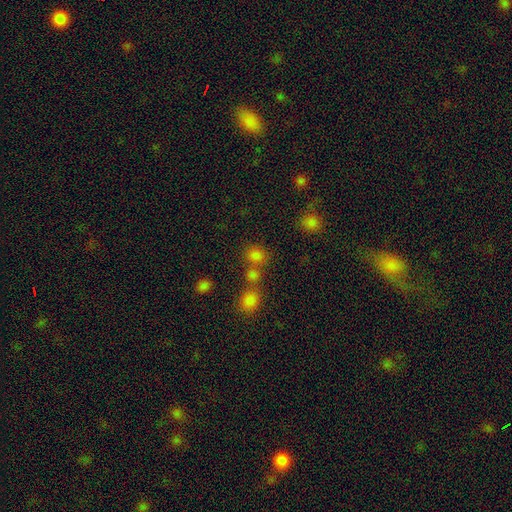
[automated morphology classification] Smooth or featured? smooth (75%)
How rounded? round (72%)
Merging? none (55%)